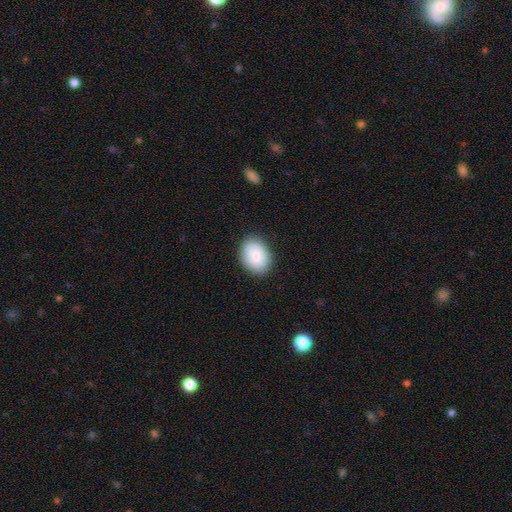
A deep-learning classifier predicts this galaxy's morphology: Smooth or featured?
  - smooth: 82% *
  - featured or disk: 12%
  - star or artifact: 7%
How rounded?
  - in between: 67% *
  - round: 32%
  - cigar-shaped: 1%
Merging?
  - none: 85% *
  - minor disturbance: 11%
  - major disturbance: 3%
  - merger: 1%